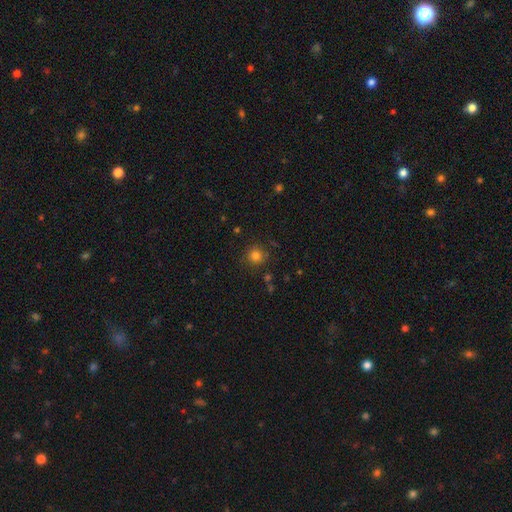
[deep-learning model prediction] Smooth or featured?
  - smooth: 80% *
  - star or artifact: 14%
  - featured or disk: 6%
How rounded?
  - round: 92% *
  - in between: 7%
  - cigar-shaped: 1%
Merging?
  - none: 84% *
  - minor disturbance: 10%
  - major disturbance: 3%
  - merger: 3%